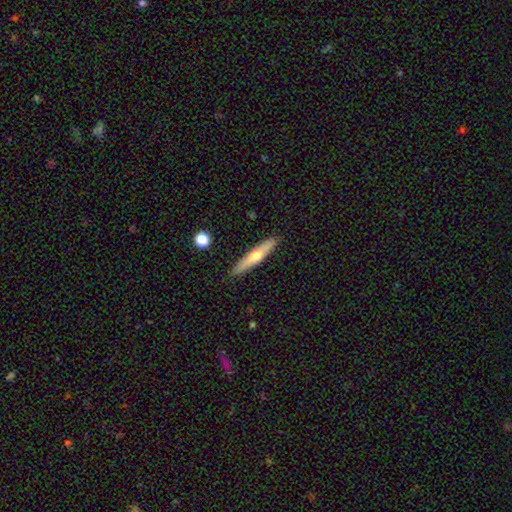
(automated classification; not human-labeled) The model was most divided on "smooth or featured": smooth: 49%, featured or disk: 45%, star or artifact: 6%. More confident: merging — none (89%).